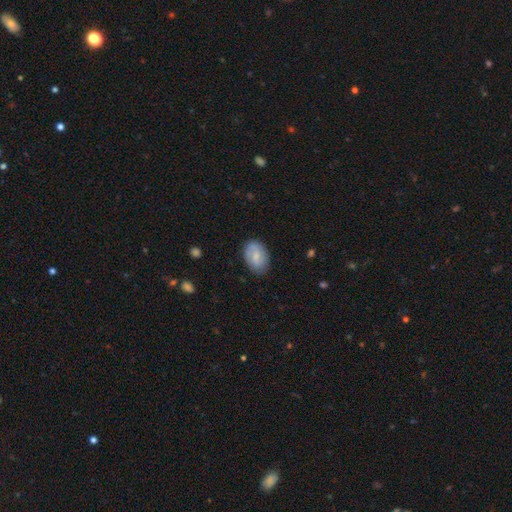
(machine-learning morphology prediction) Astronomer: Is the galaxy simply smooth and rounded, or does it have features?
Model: smooth — 66%.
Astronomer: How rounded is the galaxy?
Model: in between — 86%.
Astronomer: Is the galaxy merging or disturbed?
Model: none — 80%.